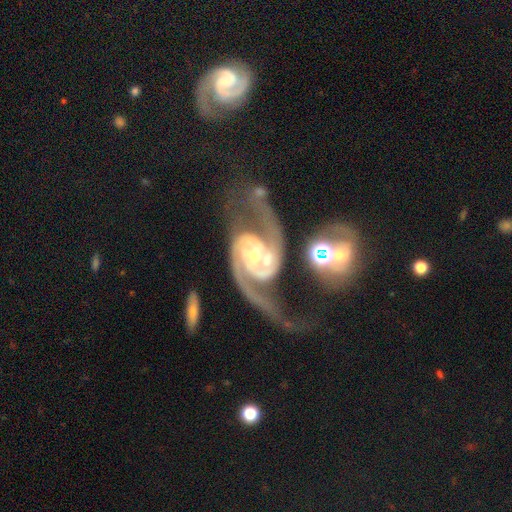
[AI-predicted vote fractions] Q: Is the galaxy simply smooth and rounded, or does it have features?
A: featured or disk — 93%.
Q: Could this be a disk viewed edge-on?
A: no — 98%.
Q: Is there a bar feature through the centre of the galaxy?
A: no — 40%, tied with weak.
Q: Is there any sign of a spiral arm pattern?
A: yes — 99%.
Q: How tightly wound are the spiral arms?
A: medium — 53%.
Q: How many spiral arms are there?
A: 2 — 89%.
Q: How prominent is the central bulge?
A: moderate — 51%.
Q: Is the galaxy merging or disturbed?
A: none — 40%.